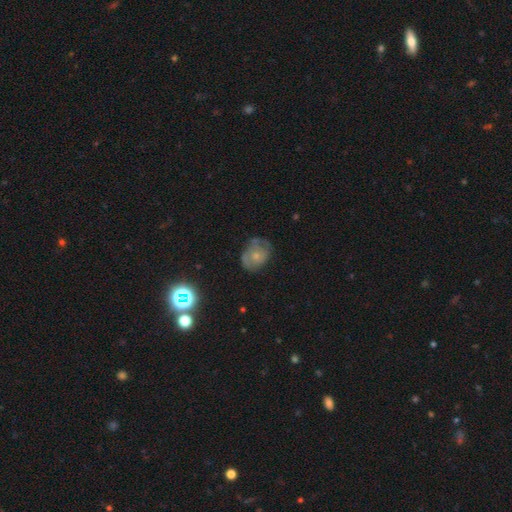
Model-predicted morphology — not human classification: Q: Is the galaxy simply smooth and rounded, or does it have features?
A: smooth — 46%.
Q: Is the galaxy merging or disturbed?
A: none — 58%.